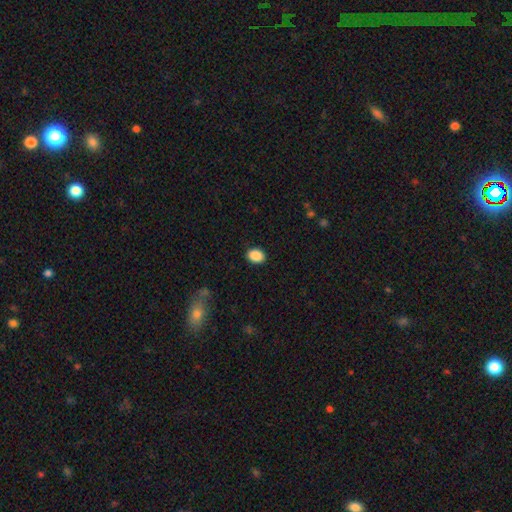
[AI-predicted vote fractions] Overall: smooth (89%). How rounded: in between (70%). Merging: none (90%).